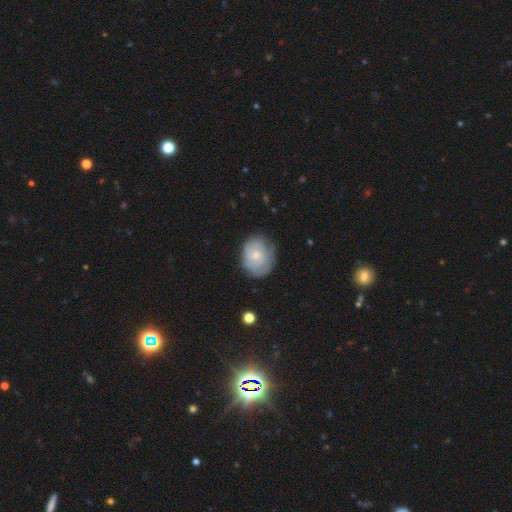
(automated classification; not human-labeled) A featured or disk galaxy (49%). Merging: none (65%).